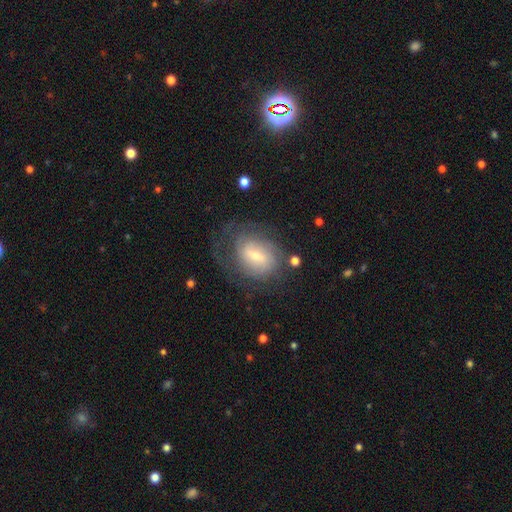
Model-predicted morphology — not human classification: A featured or disk galaxy (69%) with a weak bar (56%), tight (50%) spiral arms (86%) and a small central bulge (57%). Merging: none (56%).